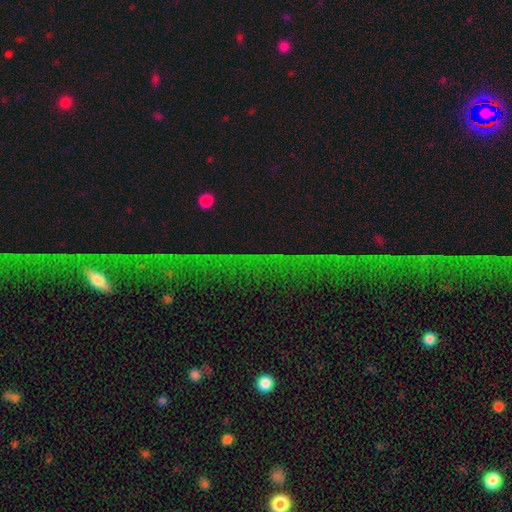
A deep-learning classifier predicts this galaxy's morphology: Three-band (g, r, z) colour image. It shows a star or artifact, not a galaxy (73%).